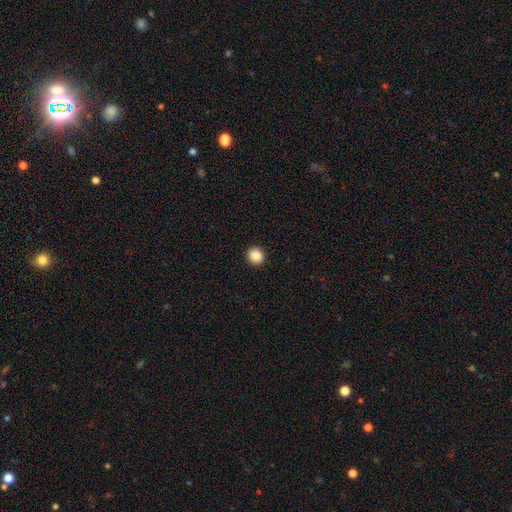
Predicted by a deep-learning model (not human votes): Overall: smooth (88%). How rounded: round (89%). Merging: none (93%).